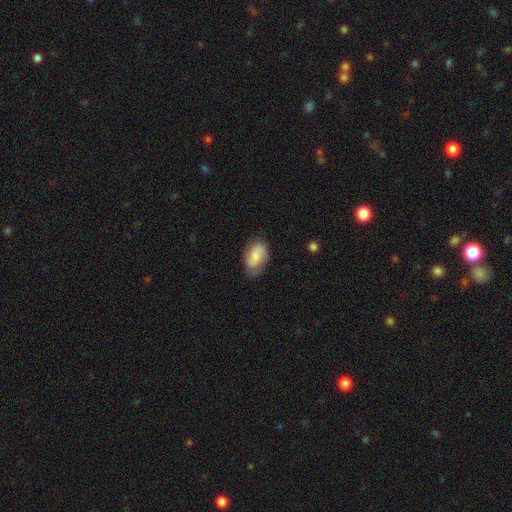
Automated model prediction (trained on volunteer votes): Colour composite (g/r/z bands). It shows a smooth galaxy with no disk features (74%) that is in between round and cigar-shaped (92%). Merging: none (73%).